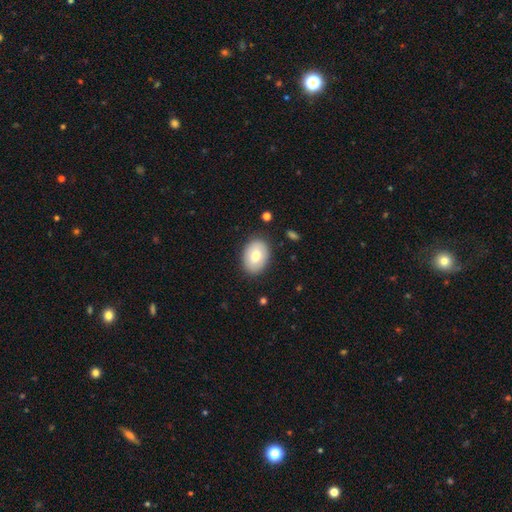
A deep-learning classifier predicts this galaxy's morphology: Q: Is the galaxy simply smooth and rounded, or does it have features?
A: smooth — 71%.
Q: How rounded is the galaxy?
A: in between — 80%.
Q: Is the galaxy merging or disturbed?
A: none — 85%.